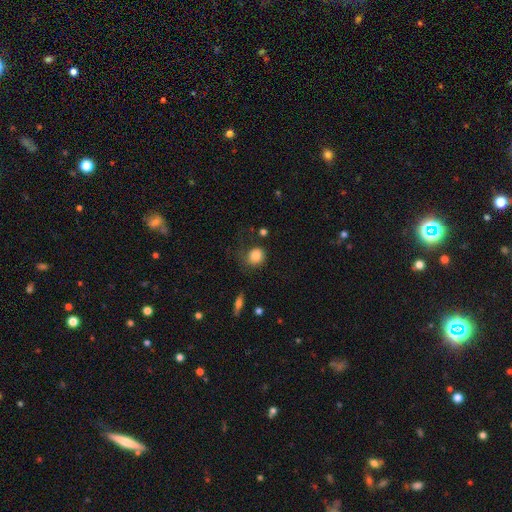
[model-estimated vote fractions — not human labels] Smooth or featured? Predicted: smooth (p=0.82). How rounded? Predicted: round (p=0.80). Merging? Predicted: none (p=0.57).